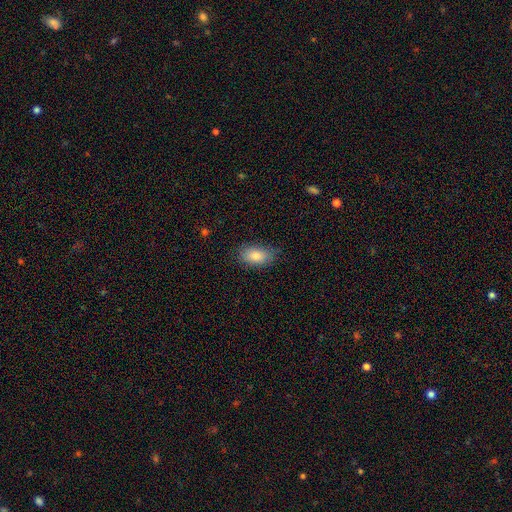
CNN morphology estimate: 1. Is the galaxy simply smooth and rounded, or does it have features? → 84% smooth, 8% featured or disk, 7% star or artifact.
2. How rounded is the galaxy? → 91% in between, 6% round, 3% cigar-shaped.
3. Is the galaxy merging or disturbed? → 78% none, 18% minor disturbance, 3% major disturbance, 1% merger.